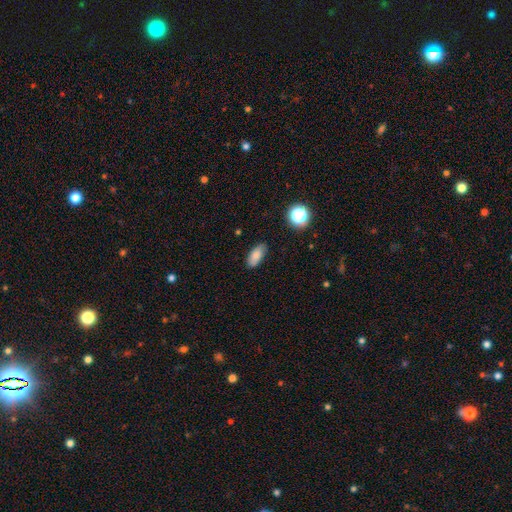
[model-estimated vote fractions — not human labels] Morphology: type=smooth (83%); roundness=in between (87%); merging=none (84%).